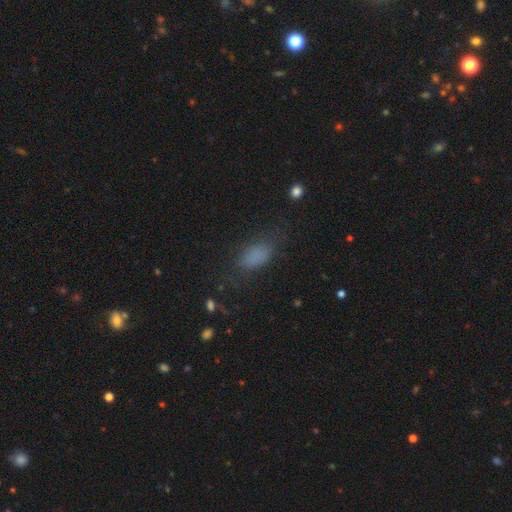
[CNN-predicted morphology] Smooth or featured? smooth (78%)
How rounded? in between (87%)
Merging? none (64%)